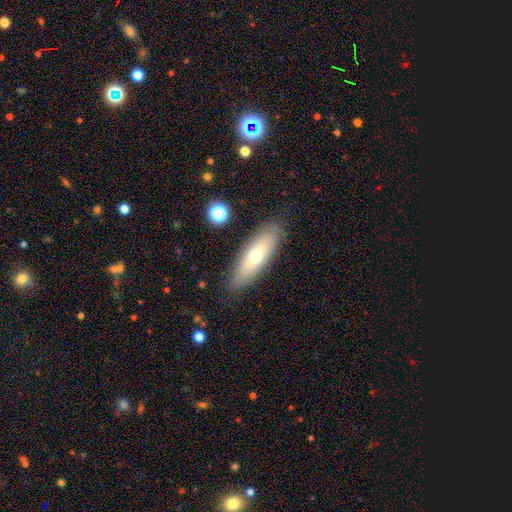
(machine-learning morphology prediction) The model was most divided on "how rounded": in between: 53%, cigar-shaped: 44%, round: 3%. More confident: merging — none (86%); smooth or featured — smooth (60%).